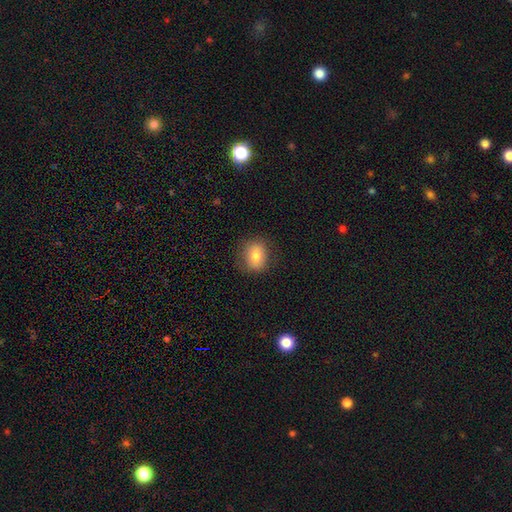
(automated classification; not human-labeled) smooth-or-featured: smooth: 79% | featured or disk: 11% | star or artifact: 10%
  how-rounded: round: 57% | in between: 42% | cigar-shaped: 1%
  merging: none: 83% | minor disturbance: 13% | major disturbance: 4% | merger: 1%